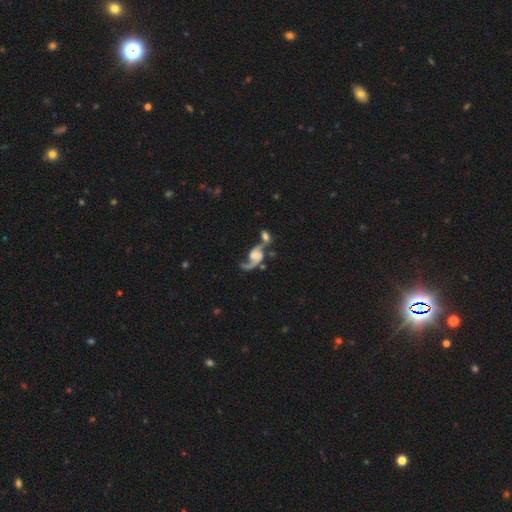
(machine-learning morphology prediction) featured or disk 80%, smooth 14%, star or artifact 7%. Down the decision tree: edge-on disk — no (97%); bar — no (61%); spiral arms — yes (93%); spiral arm count — 2 (67%); spiral winding — loose (67%); bulge size — none (37%); merging — merger (44%).